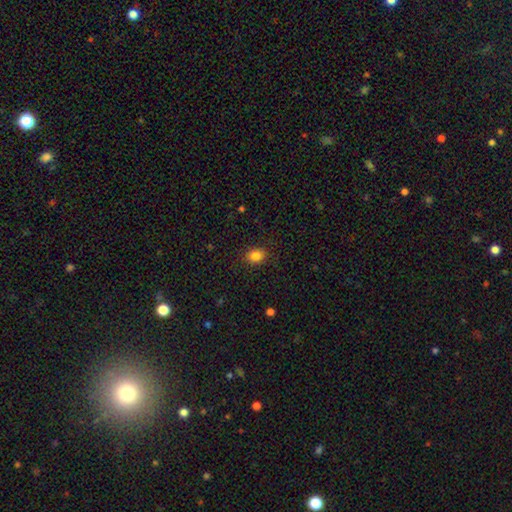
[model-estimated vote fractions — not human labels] Smooth or featured: smooth — 84% (star or artifact — 11%)
How rounded: in between — 53% (round — 46%)
Merging: none — 87% (minor disturbance — 9%)